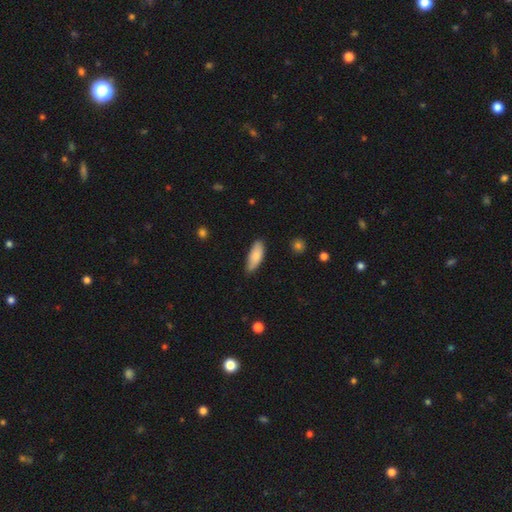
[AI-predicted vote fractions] A smooth galaxy with no disk features (84%) that is in between round and cigar-shaped (70%). Merging: none (76%).